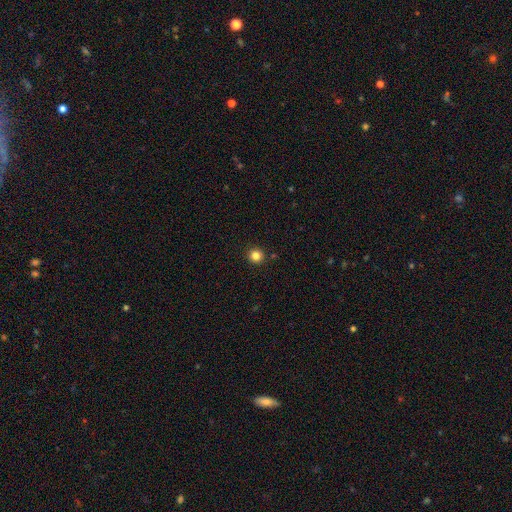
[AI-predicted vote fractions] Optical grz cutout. It shows a smooth galaxy with no disk features (84%) that is round (95%). Merging: none (92%).